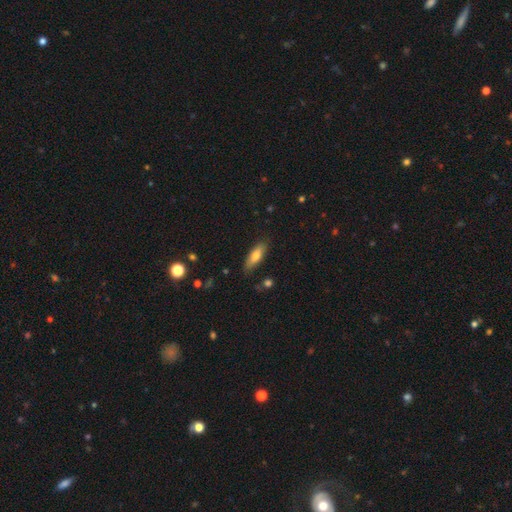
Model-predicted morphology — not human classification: smooth 72%, featured or disk 21%, star or artifact 7%. Down the decision tree: how rounded — in between (60%); merging — none (80%).